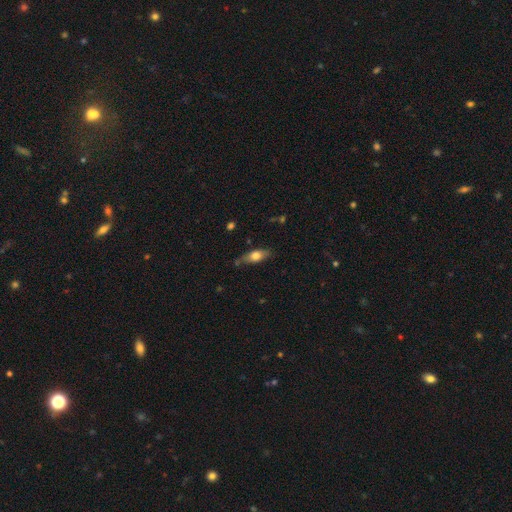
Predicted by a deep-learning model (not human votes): smooth-or-featured: smooth: 64% | featured or disk: 29% | star or artifact: 7%
  how-rounded: in between: 68% | cigar-shaped: 28% | round: 4%
  merging: none: 68% | minor disturbance: 23% | major disturbance: 5% | merger: 4%